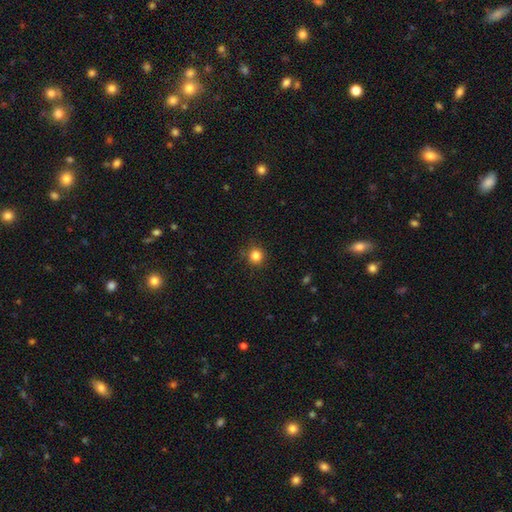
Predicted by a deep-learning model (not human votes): smooth 84%, star or artifact 12%, featured or disk 4%. Down the decision tree: how rounded — round (93%); merging — none (87%).